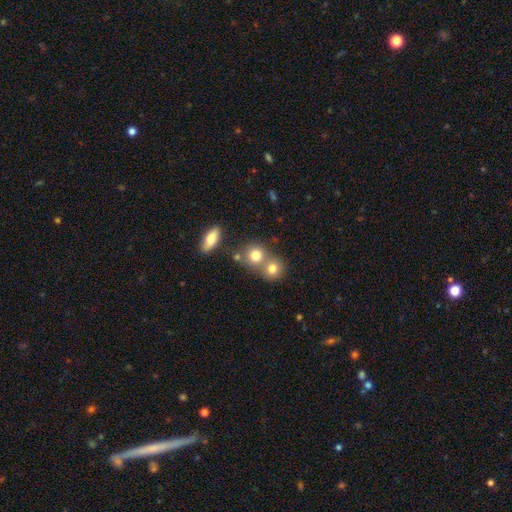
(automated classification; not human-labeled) Smooth or featured? smooth (78%)
How rounded? round (81%)
Merging? merger (46%)